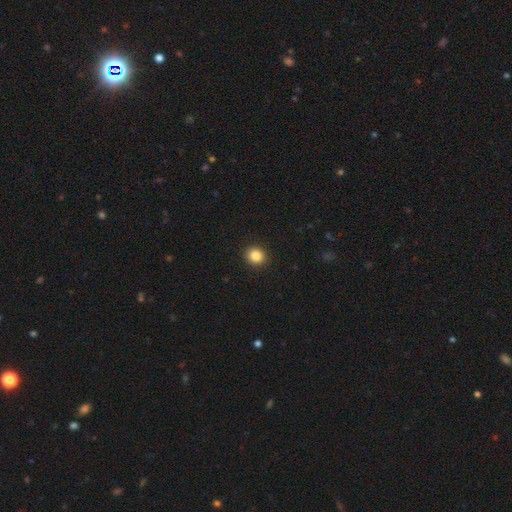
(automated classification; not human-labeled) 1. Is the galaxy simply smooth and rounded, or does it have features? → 85% smooth, 11% star or artifact, 5% featured or disk.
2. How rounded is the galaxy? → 86% round, 13% in between, 1% cigar-shaped.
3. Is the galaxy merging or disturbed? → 92% none, 5% minor disturbance, 2% major disturbance, 1% merger.